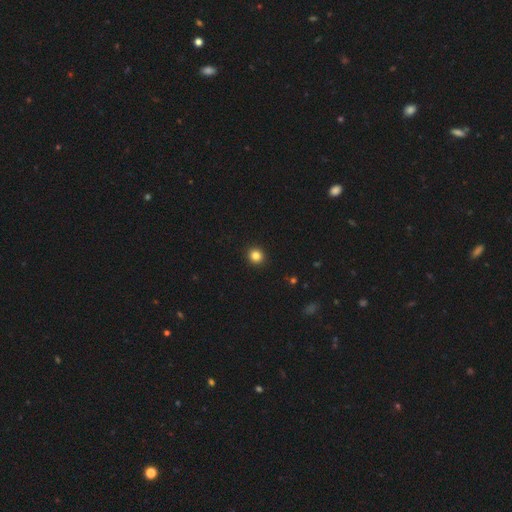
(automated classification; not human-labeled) Overall: smooth (84%). How rounded: round (88%). Merging: none (93%).